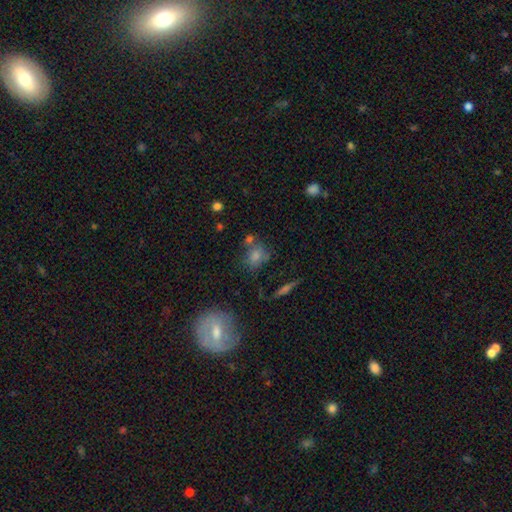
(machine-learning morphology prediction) smooth_or_featured: smooth (p=0.72) [alt: star or artifact p=0.15]
how_rounded: round (p=0.56) [alt: in between p=0.41]
merging: none (p=0.53) [alt: merger p=0.20]